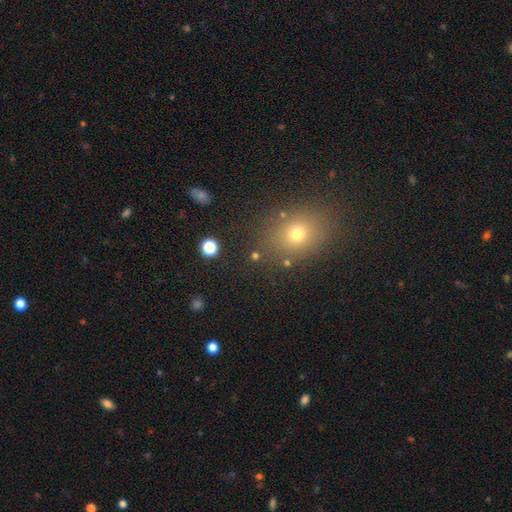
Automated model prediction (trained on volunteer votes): Morphology: type=smooth (64%); roundness=round (69%); merging=none (81%).